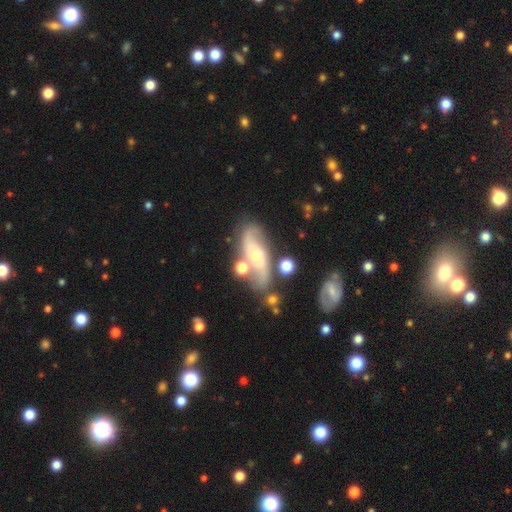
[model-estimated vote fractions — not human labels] The model was most divided on "spiral winding": loose: 49%, medium: 36%, tight: 16%. More confident: spiral arms — yes (91%); edge-on disk — no (90%); spiral arm count — 2 (87%); smooth or featured — featured or disk (77%); merging — none (64%); bar — no (59%); bulge size — small (59%).